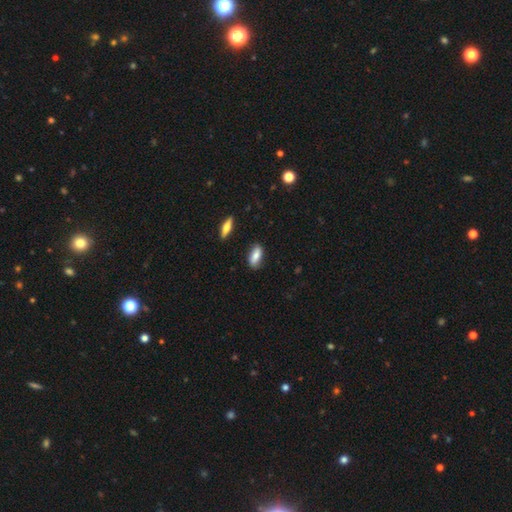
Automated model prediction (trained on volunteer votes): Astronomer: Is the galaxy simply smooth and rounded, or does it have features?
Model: smooth — 79%.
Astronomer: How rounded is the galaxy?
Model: in between — 80%.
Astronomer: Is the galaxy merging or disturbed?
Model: none — 82%.